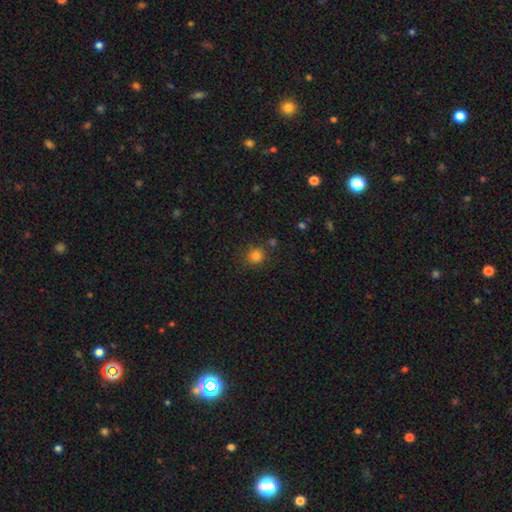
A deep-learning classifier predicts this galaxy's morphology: Smooth or featured: smooth — 81% (star or artifact — 13%)
How rounded: round — 87% (in between — 12%)
Merging: none — 79% (minor disturbance — 11%)